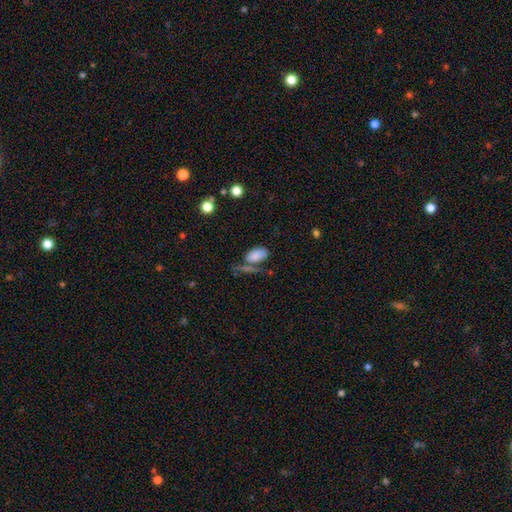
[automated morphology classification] smooth_or_featured: smooth (p=0.82) [alt: star or artifact p=0.09]
how_rounded: in between (p=0.92) [alt: round p=0.05]
merging: none (p=0.51) [alt: merger p=0.22]